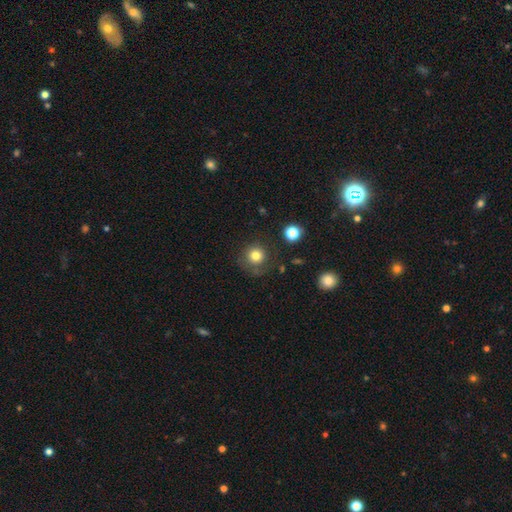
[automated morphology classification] A smooth galaxy with no disk features (80%) that is round (93%). Merging: none (76%).